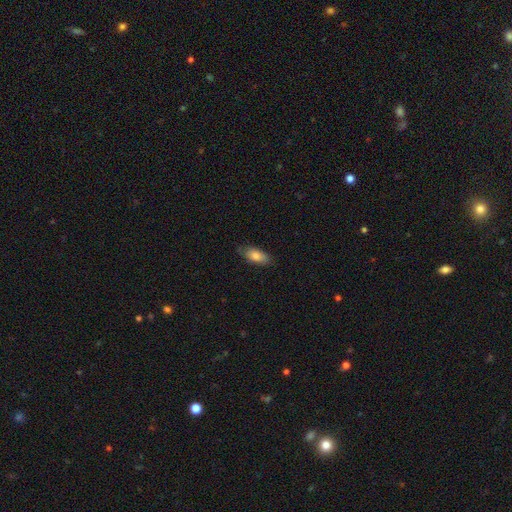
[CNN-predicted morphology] This is clearly a smooth galaxy (80%). How rounded: clearly in between (86%). Merging: likely none (78%).